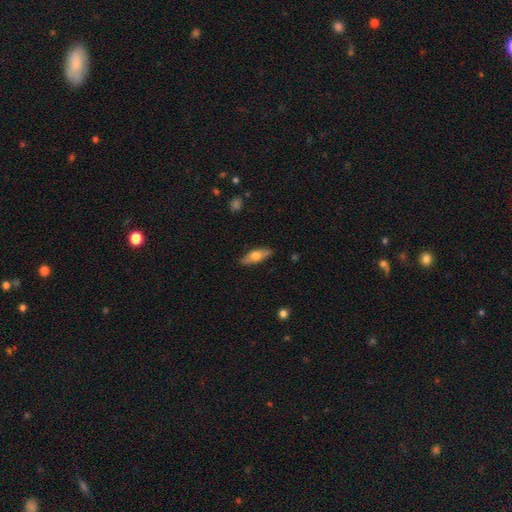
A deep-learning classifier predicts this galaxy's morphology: Smooth or featured?
  - smooth: 52% *
  - featured or disk: 42%
  - star or artifact: 6%
How rounded?
  - in between: 58% *
  - cigar-shaped: 39%
  - round: 3%
Merging?
  - none: 86% *
  - minor disturbance: 11%
  - major disturbance: 2%
  - merger: 1%